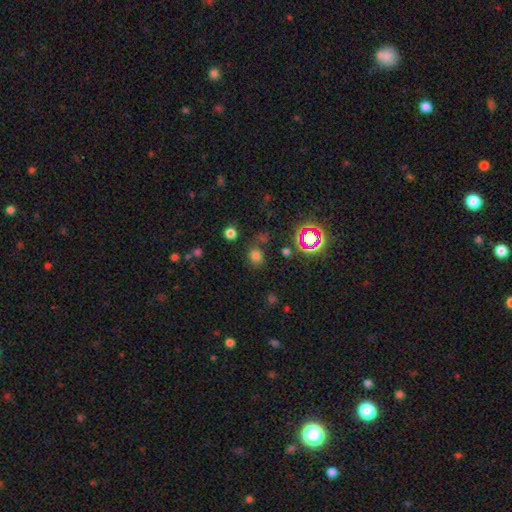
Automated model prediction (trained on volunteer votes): Smooth or featured? Predicted: smooth (p=0.67). How rounded? Predicted: round (p=0.78). Merging? Predicted: none (p=0.73).